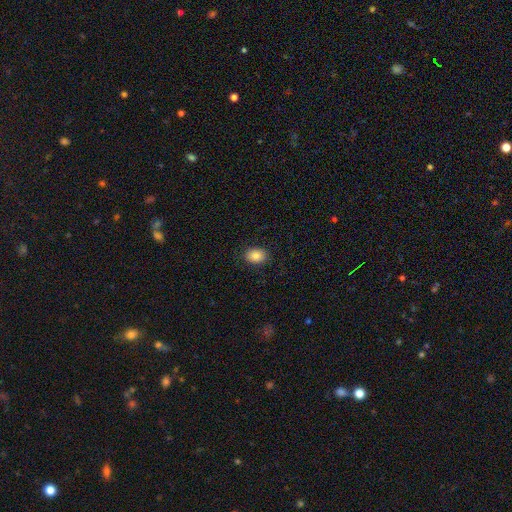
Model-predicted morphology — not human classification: type=smooth (86%); roundness=in between (71%); merging=none (88%).